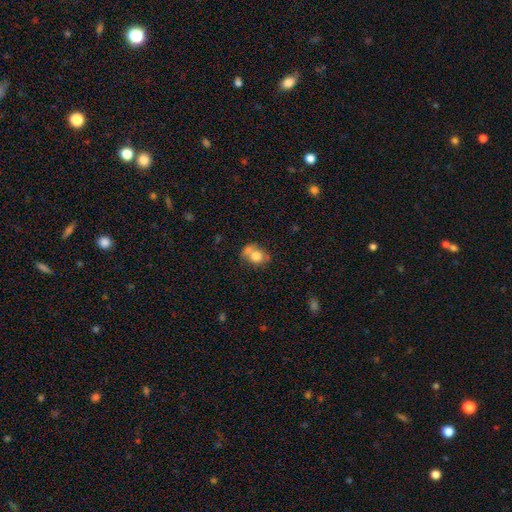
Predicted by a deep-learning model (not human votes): Morphology: type=smooth (74%); roundness=round (56%); merging=none (39%).